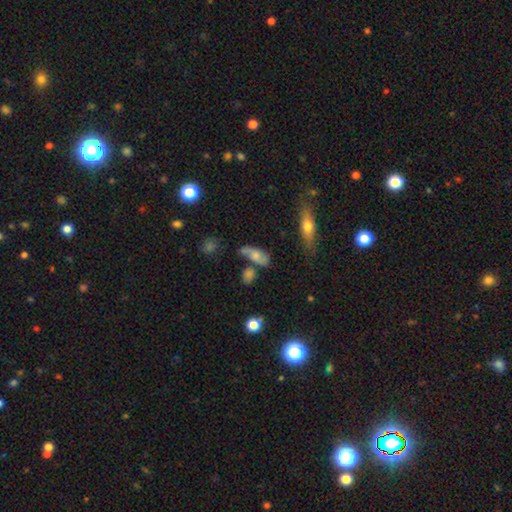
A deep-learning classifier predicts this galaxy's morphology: A smooth galaxy with no disk features (54%) that is in between round and cigar-shaped (76%).

Vote fractions:
- Smooth or featured? smooth: 54% / featured or disk: 36% / star or artifact: 11%
- How rounded? in between: 76% / cigar-shaped: 16% / round: 8%
- Merging? none: 47% / minor disturbance: 23% / merger: 18% / major disturbance: 11%